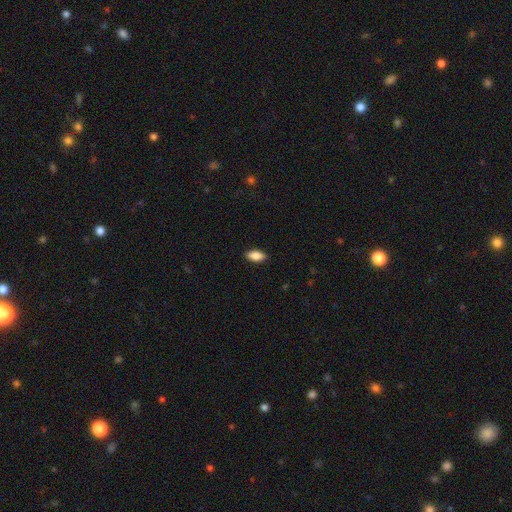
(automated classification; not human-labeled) smooth-or-featured: smooth: 87% | star or artifact: 7% | featured or disk: 6%
  how-rounded: in between: 89% | cigar-shaped: 8% | round: 3%
  merging: none: 88% | minor disturbance: 9% | major disturbance: 2% | merger: 1%